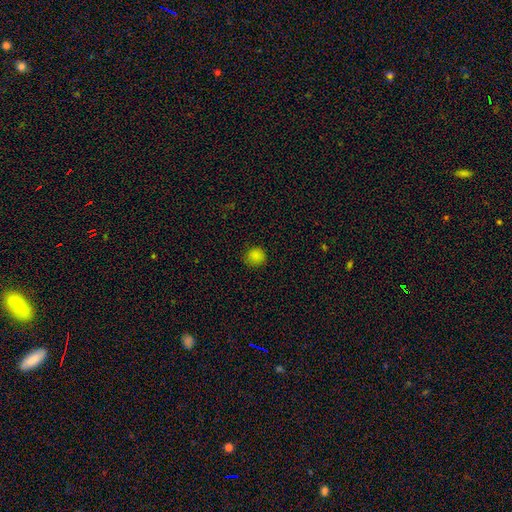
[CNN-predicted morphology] Smooth or featured? Predicted: smooth (p=0.83). How rounded? Predicted: round (p=0.88). Merging? Predicted: none (p=0.86).